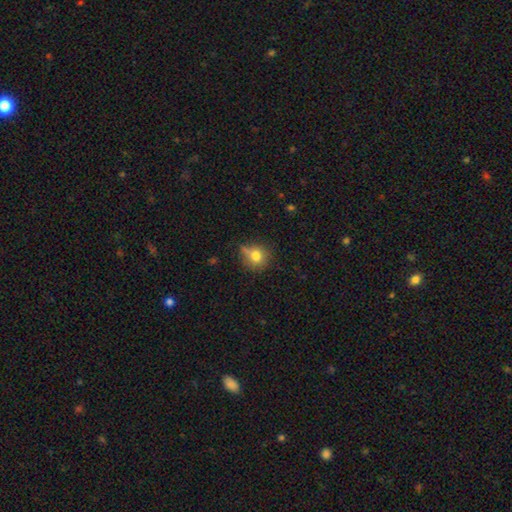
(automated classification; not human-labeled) A smooth galaxy with no disk features (77%) that is round (83%).

Vote fractions:
- Smooth or featured? smooth: 77% / star or artifact: 12% / featured or disk: 12%
- How rounded? round: 83% / in between: 16% / cigar-shaped: 1%
- Merging? none: 61% / minor disturbance: 24% / merger: 7% / major disturbance: 7%